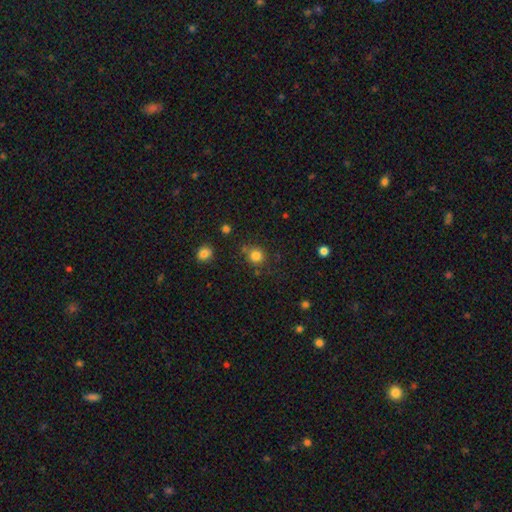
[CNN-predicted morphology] smooth 82%, star or artifact 13%, featured or disk 5%. Down the decision tree: how rounded — round (89%); merging — none (76%).